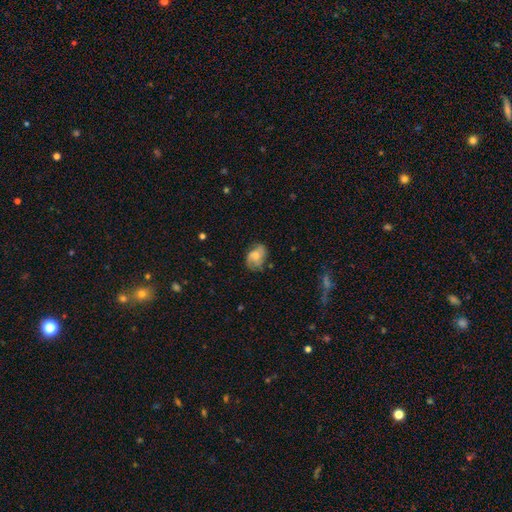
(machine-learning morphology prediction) A smooth galaxy with no disk features (47%).

Vote fractions:
- Smooth or featured? smooth: 47% / featured or disk: 44% / star or artifact: 9%
- Merging? none: 59% / minor disturbance: 28% / major disturbance: 11% / merger: 2%